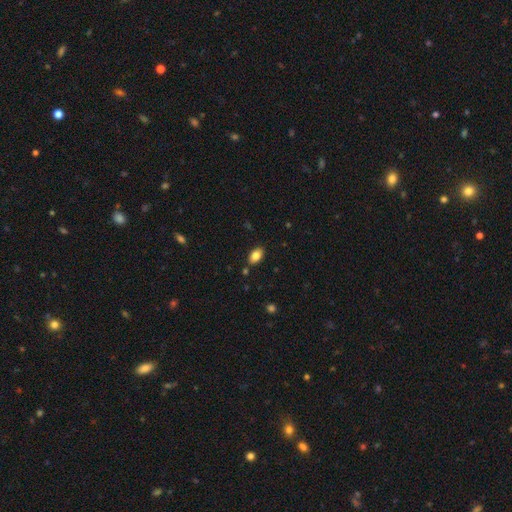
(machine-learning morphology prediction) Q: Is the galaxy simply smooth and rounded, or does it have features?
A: smooth — 83%.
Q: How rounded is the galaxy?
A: in between — 89%.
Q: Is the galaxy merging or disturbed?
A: none — 84%.